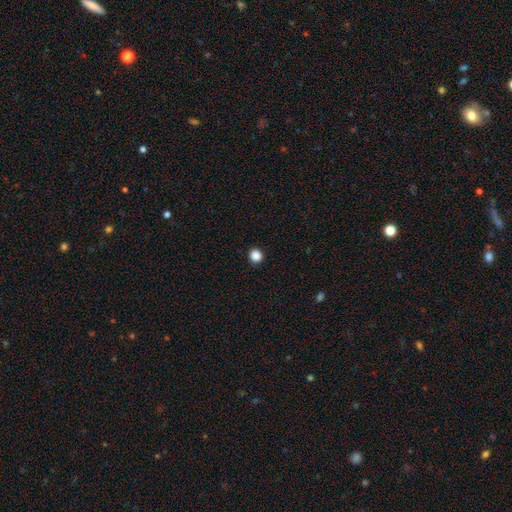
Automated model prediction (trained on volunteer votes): Overall: smooth (87%). How rounded: round (85%). Merging: none (92%).